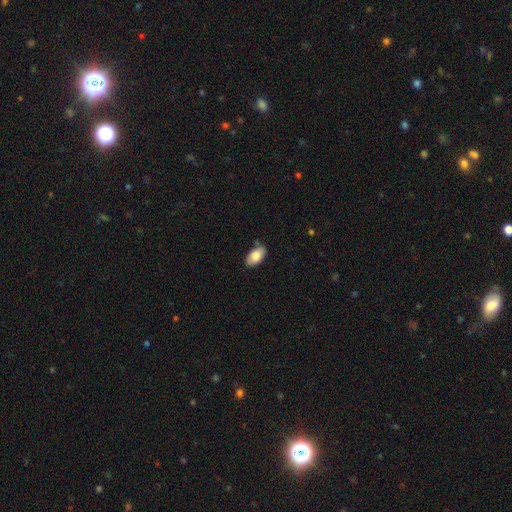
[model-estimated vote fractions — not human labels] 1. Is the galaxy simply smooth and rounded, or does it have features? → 83% smooth, 11% featured or disk, 6% star or artifact.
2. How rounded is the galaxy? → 94% in between, 4% round, 2% cigar-shaped.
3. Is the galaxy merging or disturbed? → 78% none, 17% minor disturbance, 3% merger, 3% major disturbance.